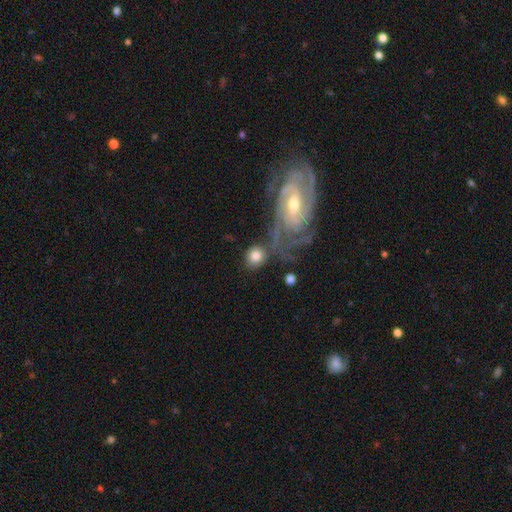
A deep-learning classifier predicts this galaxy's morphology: This is likely a smooth galaxy (74%). How rounded: likely round (80%). Merging: likely none (70%).